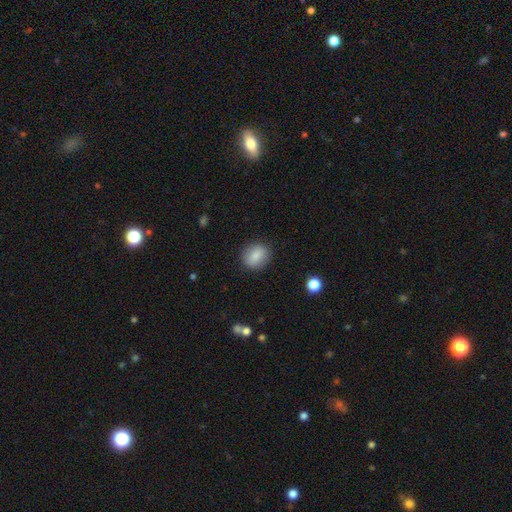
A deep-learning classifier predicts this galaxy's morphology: A smooth galaxy with no disk features (84%) that is round (58%).

Vote fractions:
- Smooth or featured? smooth: 84% / star or artifact: 8% / featured or disk: 8%
- How rounded? round: 58% / in between: 41% / cigar-shaped: 1%
- Merging? none: 86% / minor disturbance: 10% / major disturbance: 3% / merger: 1%